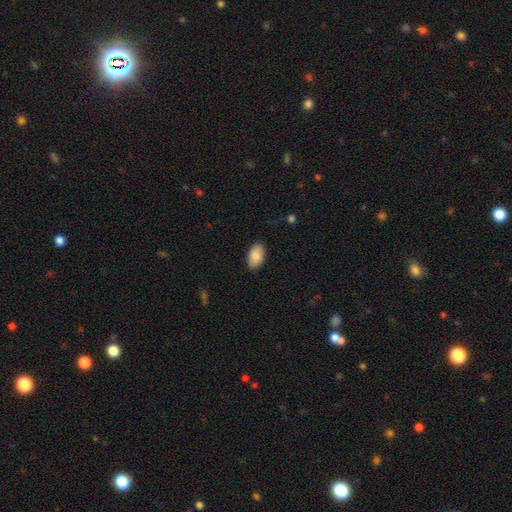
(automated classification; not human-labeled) Q: Smooth or featured?
A: smooth (87%); runner-up: featured or disk (7%)
Q: How rounded?
A: in between (93%); runner-up: round (6%)
Q: Merging?
A: none (86%); runner-up: minor disturbance (10%)